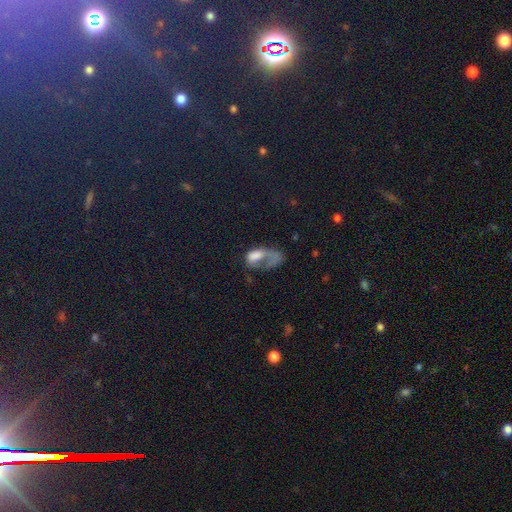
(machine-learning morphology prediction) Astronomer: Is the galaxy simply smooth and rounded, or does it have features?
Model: smooth — 48% (runner-up: featured or disk, 36%).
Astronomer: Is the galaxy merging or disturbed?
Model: major disturbance — 60%.